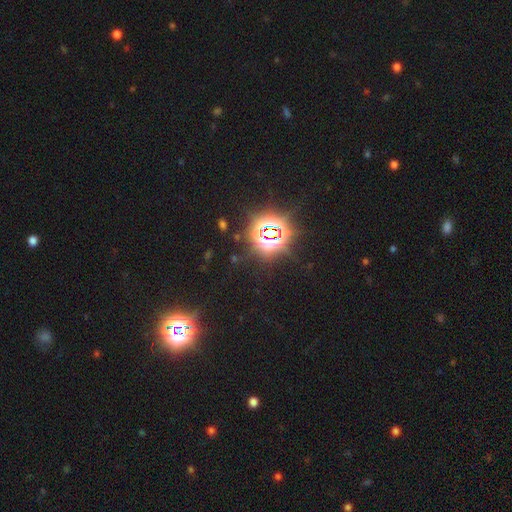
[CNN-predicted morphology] A star or artifact, not a galaxy (86%).